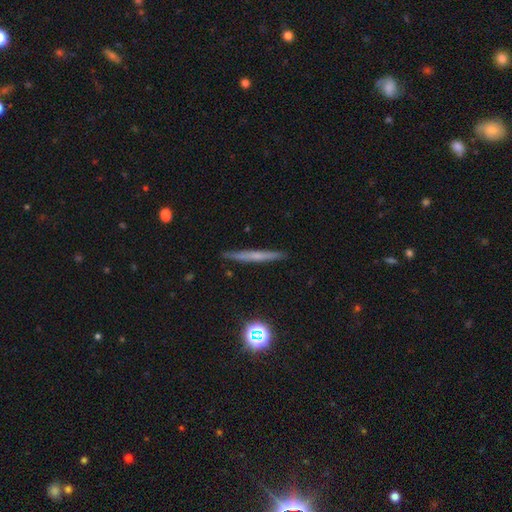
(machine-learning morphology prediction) A featured or disk galaxy (48%).

Vote fractions:
- Smooth or featured? featured or disk: 48% / smooth: 43% / star or artifact: 10%
- Merging? none: 91% / minor disturbance: 7% / major disturbance: 1% / merger: 1%